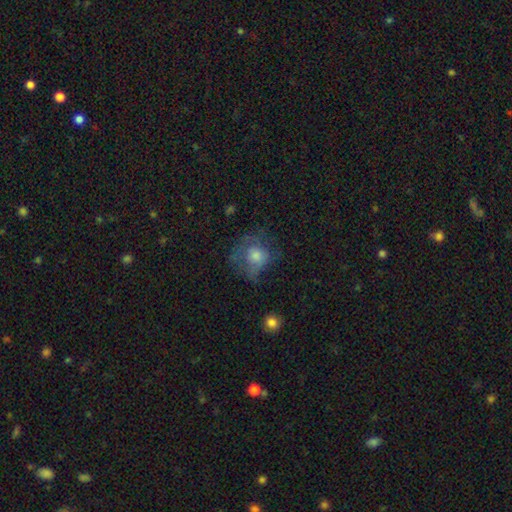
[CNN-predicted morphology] Smooth or featured? Predicted: smooth (p=0.57). How rounded? Predicted: round (p=0.76). Merging? Predicted: none (p=0.47).